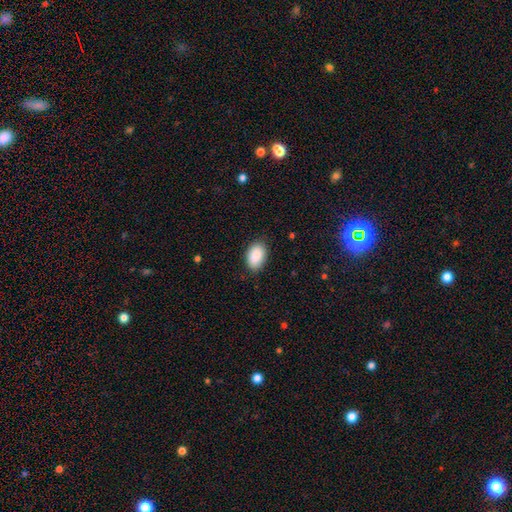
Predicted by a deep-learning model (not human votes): This is clearly a smooth galaxy (90%). How rounded: clearly in between (92%). Merging: clearly none (82%).